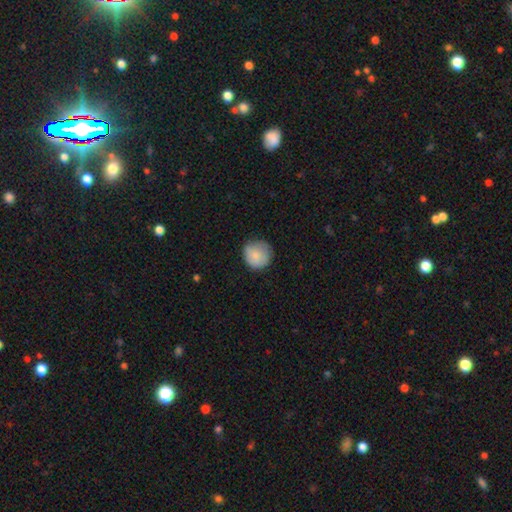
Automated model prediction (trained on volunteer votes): Q: Smooth or featured?
A: smooth (82%); runner-up: featured or disk (11%)
Q: How rounded?
A: round (92%); runner-up: in between (7%)
Q: Merging?
A: none (78%); runner-up: minor disturbance (17%)